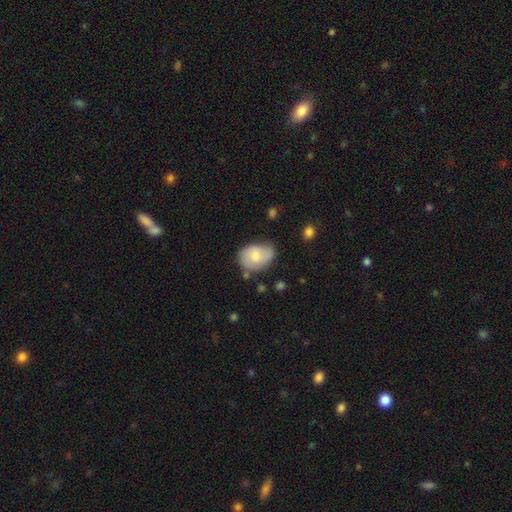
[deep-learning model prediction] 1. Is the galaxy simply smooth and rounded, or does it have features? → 64% smooth, 30% featured or disk, 7% star or artifact.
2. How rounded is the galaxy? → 76% in between, 23% round, 1% cigar-shaped.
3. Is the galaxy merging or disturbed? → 52% none, 34% minor disturbance, 9% major disturbance, 5% merger.